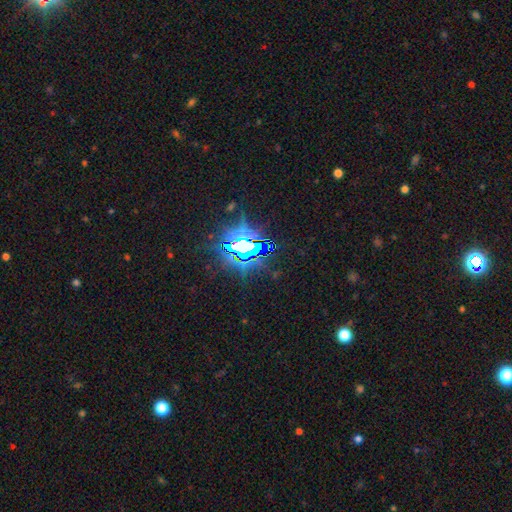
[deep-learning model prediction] Smooth or featured? star or artifact (82%)